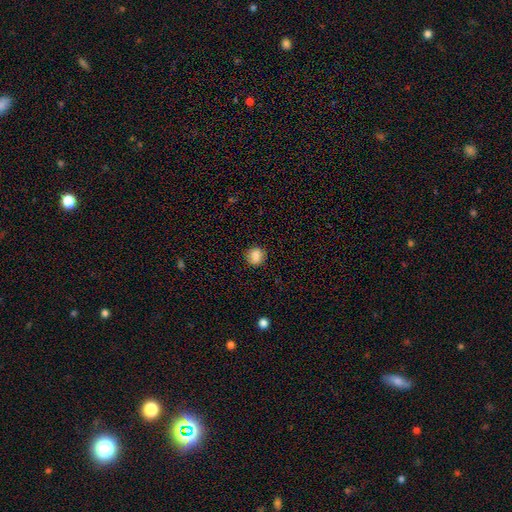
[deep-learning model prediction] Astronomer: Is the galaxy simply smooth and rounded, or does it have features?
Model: smooth — 77%.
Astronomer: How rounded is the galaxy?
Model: round — 80%.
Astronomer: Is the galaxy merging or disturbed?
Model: none — 86%.